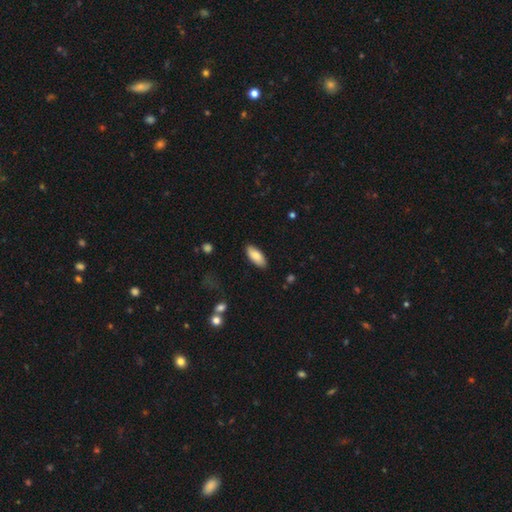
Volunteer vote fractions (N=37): This appears to be a smooth galaxy with no disk features (89%) that is in between round and cigar-shaped (91%). Merging: none (97%).